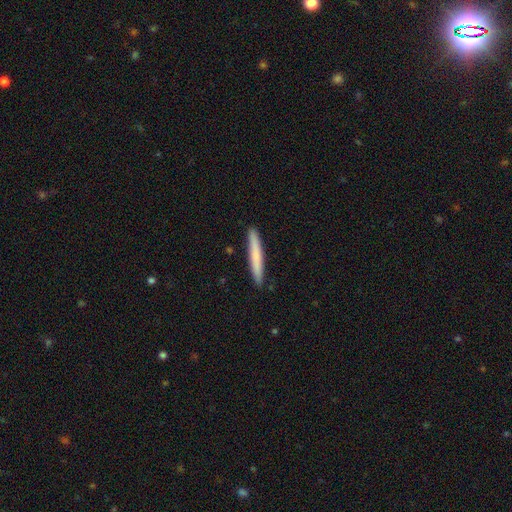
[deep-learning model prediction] Smooth or featured? smooth (73%)
How rounded? cigar-shaped (96%)
Merging? none (91%)